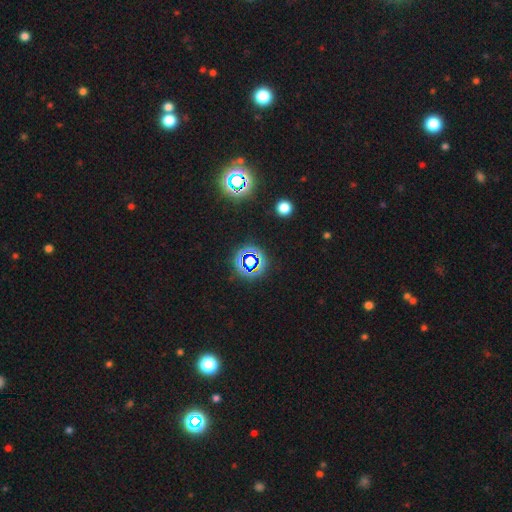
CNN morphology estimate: The model was most divided on "smooth or featured": star or artifact: 70%, smooth: 23%, featured or disk: 7%.